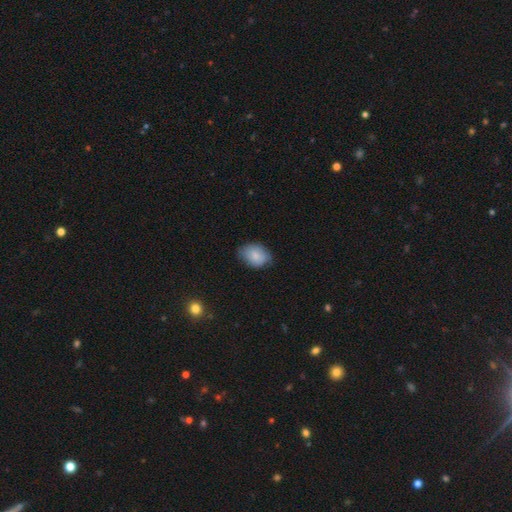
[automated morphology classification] smooth_or_featured: smooth (p=0.81) [alt: featured or disk p=0.12]
how_rounded: in between (p=0.72) [alt: round p=0.27]
merging: none (p=0.69) [alt: minor disturbance p=0.26]